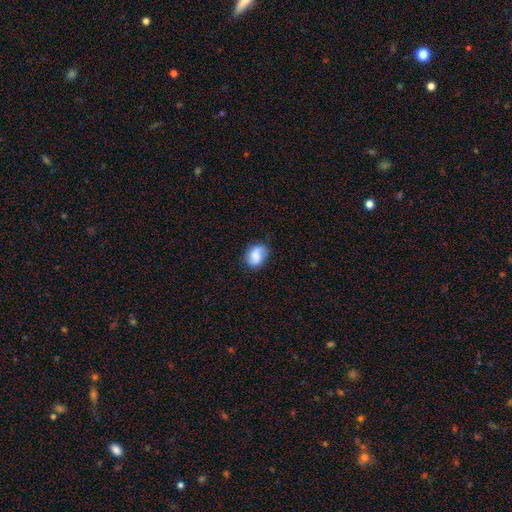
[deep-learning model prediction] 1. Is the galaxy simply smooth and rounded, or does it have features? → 64% smooth, 27% featured or disk, 9% star or artifact.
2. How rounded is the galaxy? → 57% in between, 42% round, 1% cigar-shaped.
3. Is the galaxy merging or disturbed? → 65% none, 25% minor disturbance, 8% major disturbance, 2% merger.